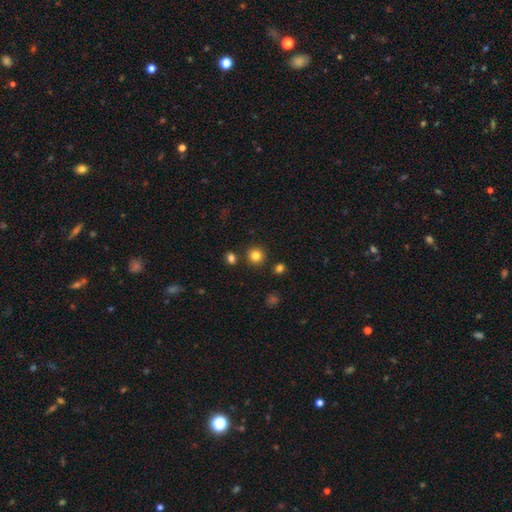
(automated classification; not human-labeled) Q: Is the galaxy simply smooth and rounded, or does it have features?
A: smooth — 83%.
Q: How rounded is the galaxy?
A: round — 93%.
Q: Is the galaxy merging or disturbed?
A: none — 88%.